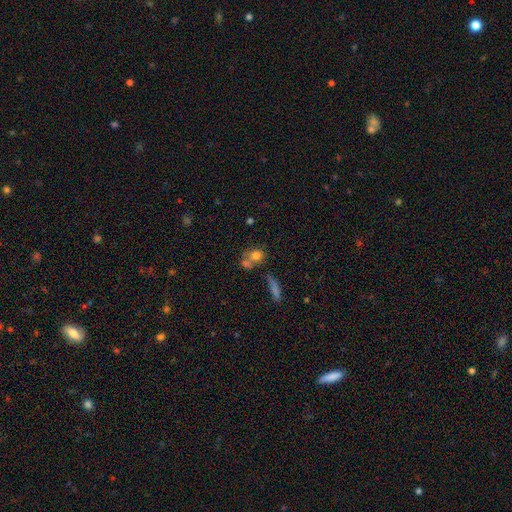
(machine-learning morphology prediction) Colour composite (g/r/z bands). It shows a smooth galaxy with no disk features (72%) that is round (56%). Merging: merger (44%).